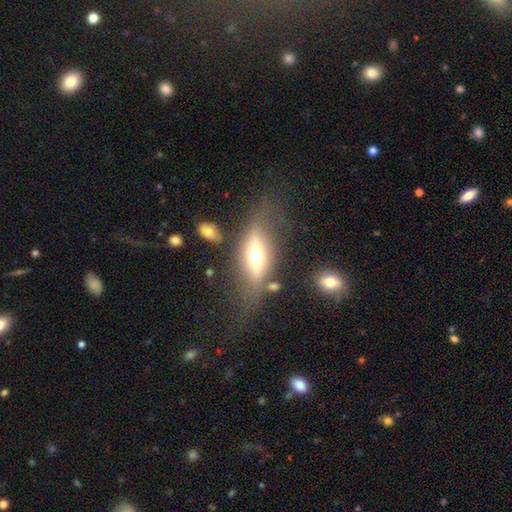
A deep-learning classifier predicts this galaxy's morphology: Smooth or featured? Predicted: featured or disk (p=0.55). Edge-on disk? Predicted: yes (p=0.68). Merging? Predicted: none (p=0.56).